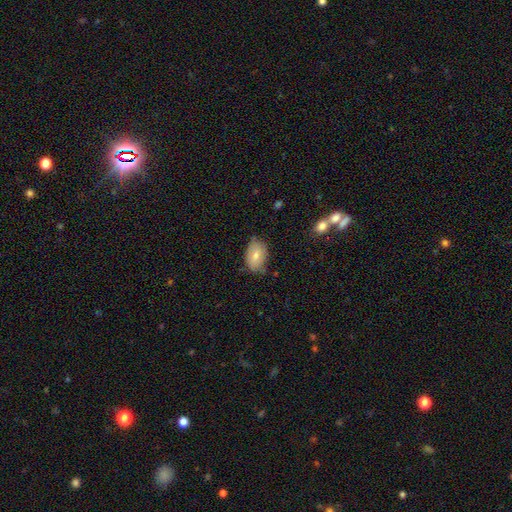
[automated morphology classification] smooth 75%, featured or disk 18%, star or artifact 7%. Down the decision tree: how rounded — in between (89%); merging — none (68%).